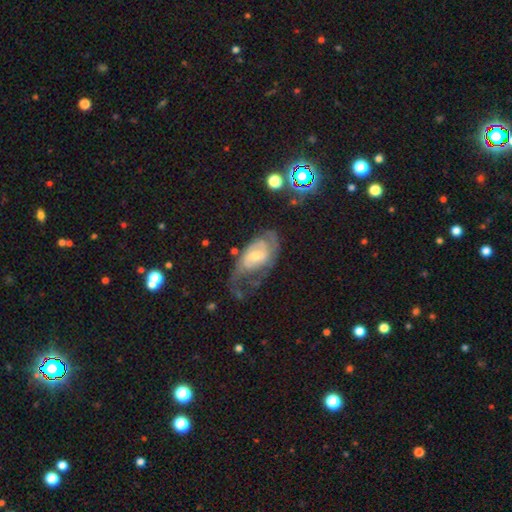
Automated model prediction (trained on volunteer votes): featured or disk 75%, smooth 18%, star or artifact 7%. Down the decision tree: edge-on disk — no (95%); bar — no (51%); spiral arms — yes (88%); spiral arm count — 2 (46%); spiral winding — tight (44%); bulge size — small (43%); merging — none (40%).